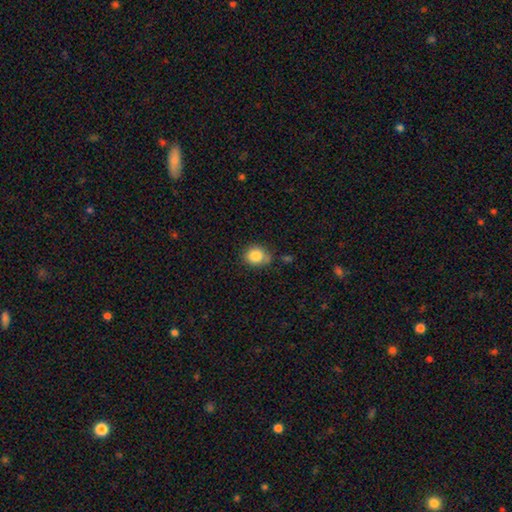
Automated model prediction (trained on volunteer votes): smooth 85%, star or artifact 9%, featured or disk 6%. Down the decision tree: how rounded — round (71%); merging — none (70%).